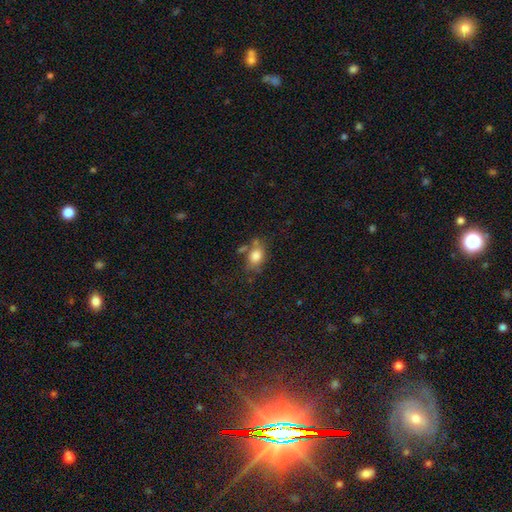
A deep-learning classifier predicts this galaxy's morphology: This appears to be a smooth galaxy with no disk features (79%) that is in between round and cigar-shaped (71%). Merging: none (55%).